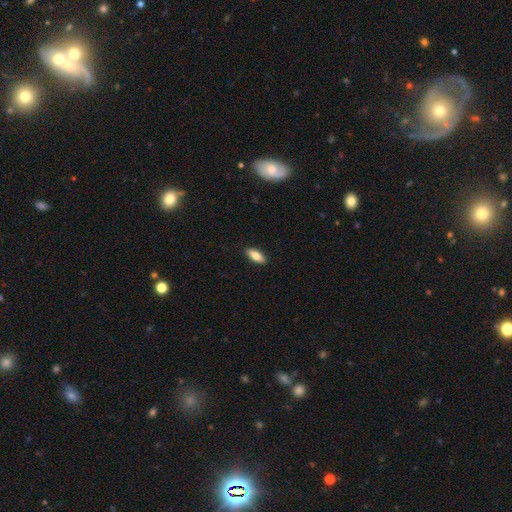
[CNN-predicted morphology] type=smooth (80%); roundness=in between (76%); merging=none (89%).